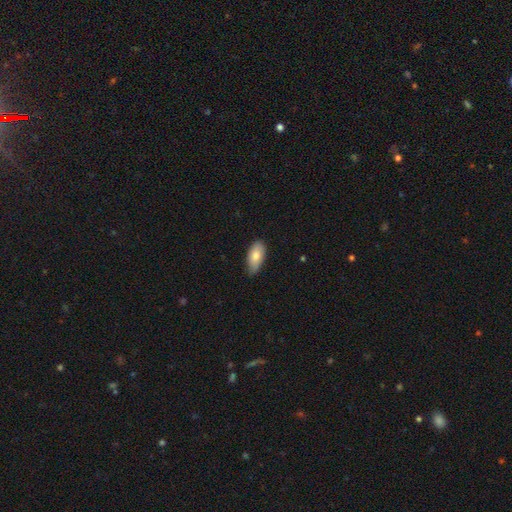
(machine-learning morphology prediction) type=smooth (80%); roundness=in between (92%); merging=none (72%).